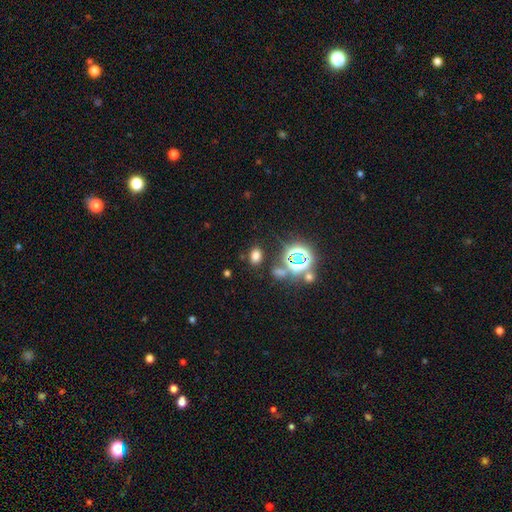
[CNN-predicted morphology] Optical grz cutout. It shows a smooth galaxy with no disk features (65%) that is in between round and cigar-shaped (78%). Merging: none (82%).